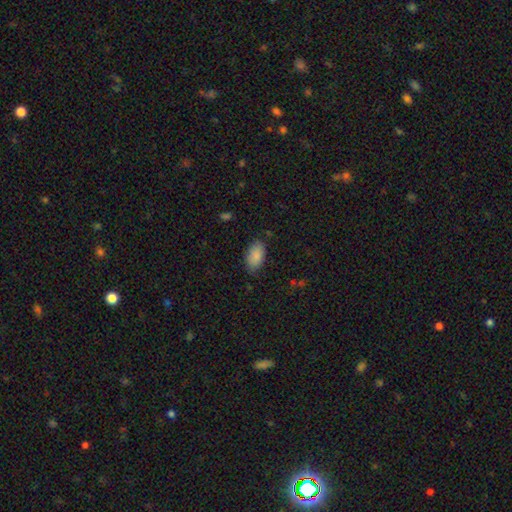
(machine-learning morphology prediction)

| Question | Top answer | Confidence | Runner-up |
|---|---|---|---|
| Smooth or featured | smooth | 88% | star or artifact (7%) |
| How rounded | in between | 94% | round (3%) |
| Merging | none | 78% | minor disturbance (17%) |